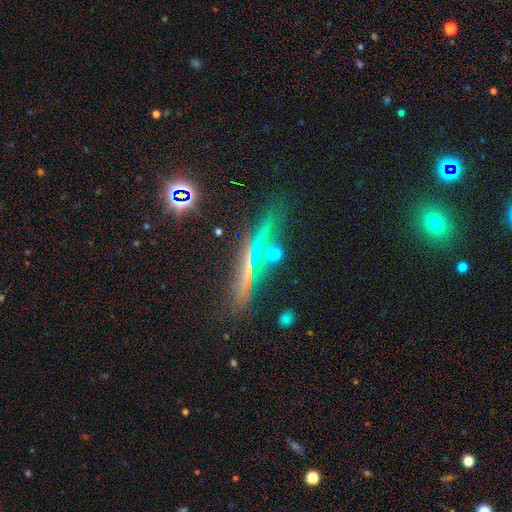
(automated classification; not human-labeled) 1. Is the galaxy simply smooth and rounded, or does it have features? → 39% featured or disk, 31% smooth, 30% star or artifact.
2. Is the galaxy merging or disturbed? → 79% none, 12% minor disturbance, 5% merger, 4% major disturbance.